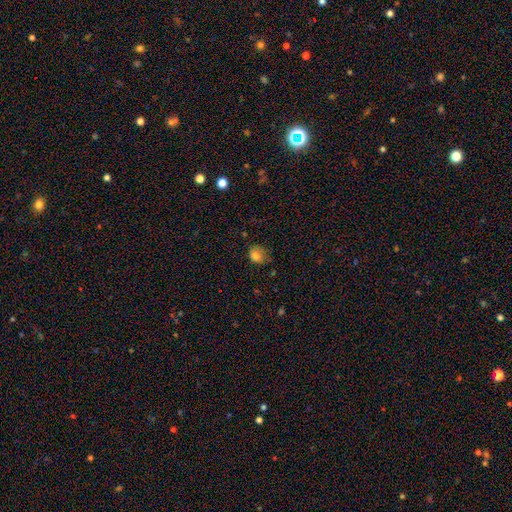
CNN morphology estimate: The model was most divided on "how rounded": round: 51%, in between: 48%, cigar-shaped: 1%. Remaining: smooth or featured — smooth (79%); merging — none (49%).